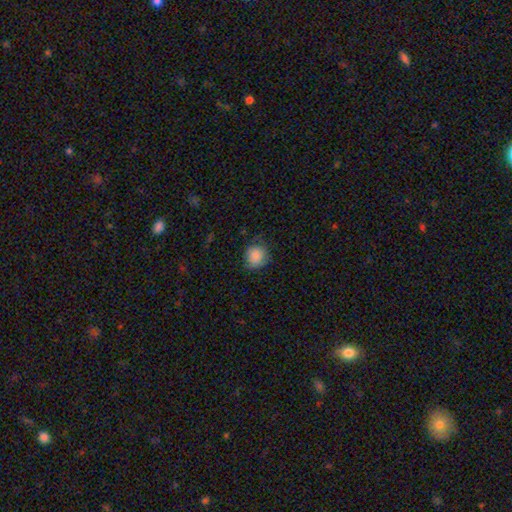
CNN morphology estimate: Smooth or featured: smooth — 87% (star or artifact — 8%)
How rounded: round — 80% (in between — 19%)
Merging: none — 70% (minor disturbance — 23%)